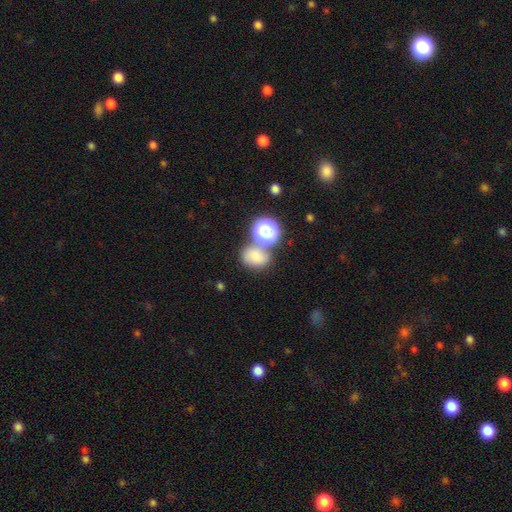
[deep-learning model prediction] Smooth or featured? Predicted: smooth (p=0.72). How rounded? Predicted: round (p=0.52). Merging? Predicted: none (p=0.51).